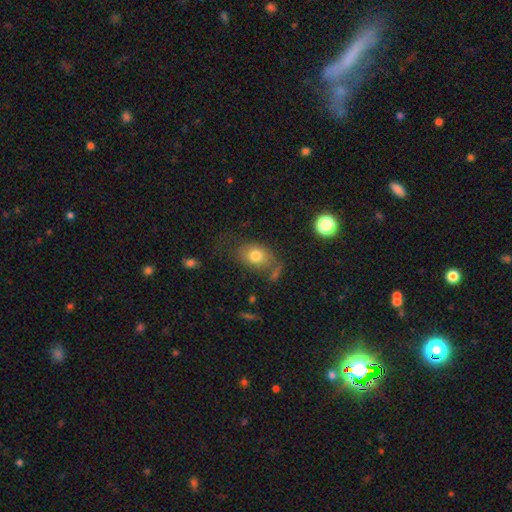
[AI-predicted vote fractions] This is likely a smooth galaxy (71%). How rounded: likely in between (71%). Merging: possibly none (52%).